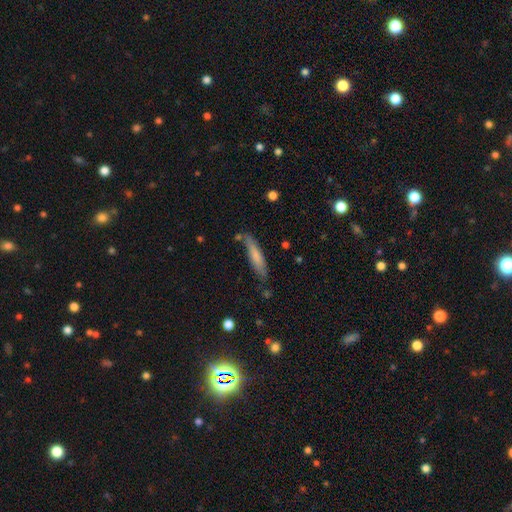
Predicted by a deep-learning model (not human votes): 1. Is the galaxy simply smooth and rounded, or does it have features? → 72% smooth, 22% featured or disk, 6% star or artifact.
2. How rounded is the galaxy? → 84% cigar-shaped, 14% in between, 1% round.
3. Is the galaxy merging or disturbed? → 73% none, 19% minor disturbance, 5% merger, 4% major disturbance.